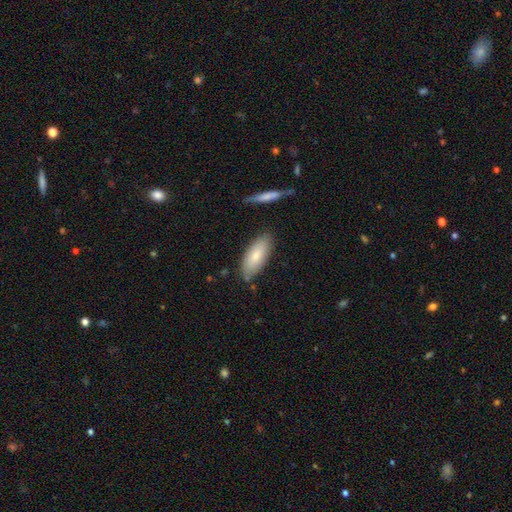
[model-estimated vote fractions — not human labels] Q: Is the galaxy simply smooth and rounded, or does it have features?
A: smooth — 77%.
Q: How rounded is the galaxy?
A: in between — 83%.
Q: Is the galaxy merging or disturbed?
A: none — 78%.